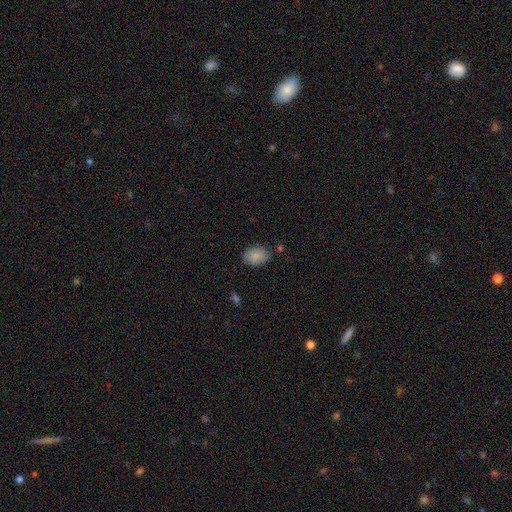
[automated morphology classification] smooth-or-featured: smooth: 87% | star or artifact: 7% | featured or disk: 6%
  how-rounded: in between: 79% | round: 20% | cigar-shaped: 1%
  merging: none: 77% | minor disturbance: 16% | major disturbance: 3% | merger: 3%